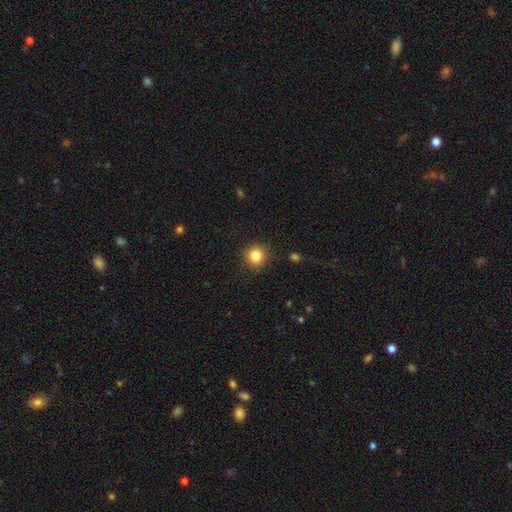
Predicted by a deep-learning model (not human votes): A smooth galaxy with no disk features (84%) that is round (91%).

Vote fractions:
- Smooth or featured? smooth: 84% / star or artifact: 11% / featured or disk: 5%
- How rounded? round: 91% / in between: 8% / cigar-shaped: 1%
- Merging? none: 89% / minor disturbance: 7% / major disturbance: 2% / merger: 1%